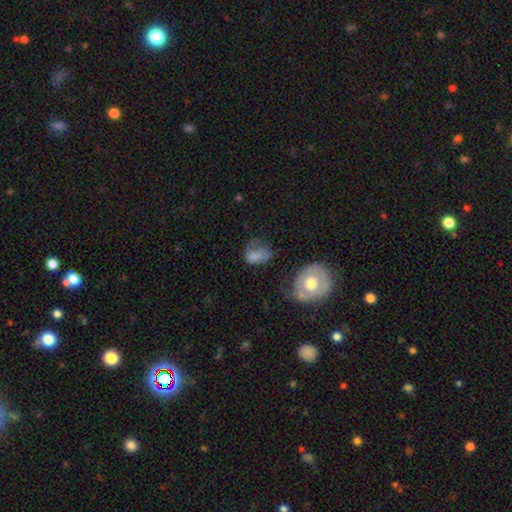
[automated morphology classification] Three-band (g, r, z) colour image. It shows a smooth galaxy with no disk features (64%) that is in between round and cigar-shaped (70%). Merging: major disturbance (36%).